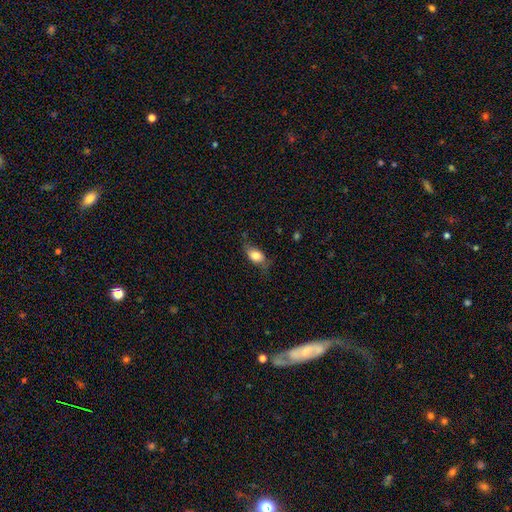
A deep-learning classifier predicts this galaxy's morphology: smooth 75%, featured or disk 17%, star or artifact 8%. Down the decision tree: how rounded — in between (85%); merging — none (59%).